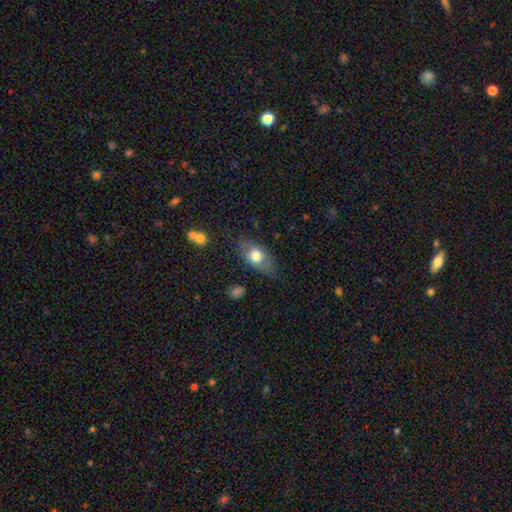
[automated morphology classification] Smooth or featured?
  - smooth: 67% *
  - featured or disk: 26%
  - star or artifact: 7%
How rounded?
  - in between: 82% *
  - round: 11%
  - cigar-shaped: 6%
Merging?
  - none: 73% *
  - minor disturbance: 19%
  - major disturbance: 5%
  - merger: 2%